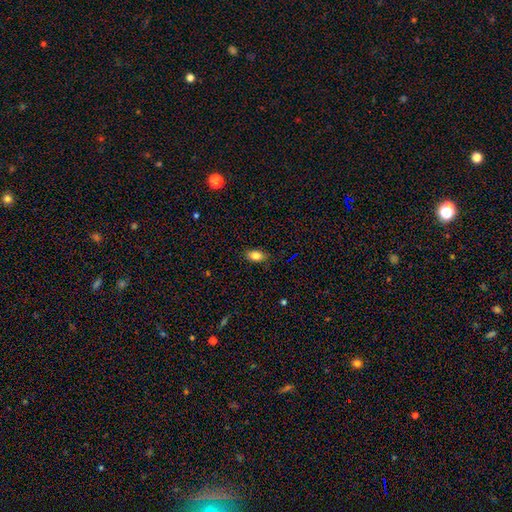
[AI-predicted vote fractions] smooth-or-featured: smooth: 83% | star or artifact: 9% | featured or disk: 8%
  how-rounded: in between: 87% | round: 9% | cigar-shaped: 4%
  merging: none: 84% | minor disturbance: 12% | major disturbance: 3% | merger: 1%